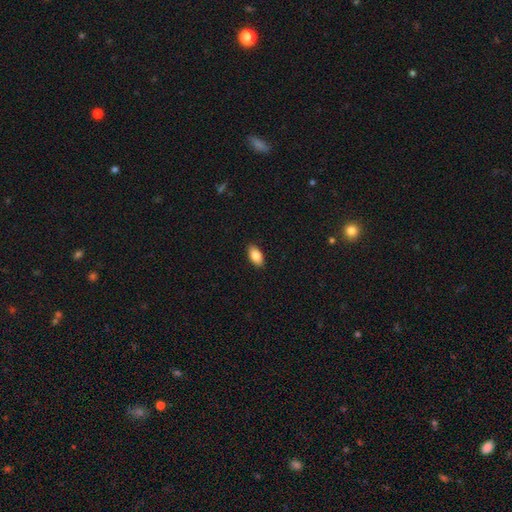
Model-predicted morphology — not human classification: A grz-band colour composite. It shows a smooth galaxy with no disk features (85%) that is in between round and cigar-shaped (93%). Merging: none (89%).